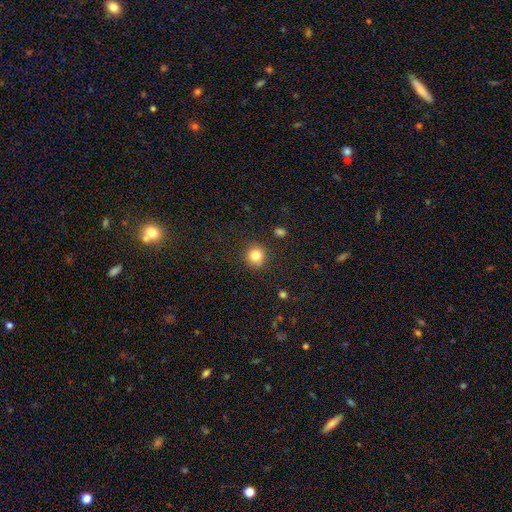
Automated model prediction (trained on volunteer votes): This is clearly a smooth galaxy (83%). How rounded: clearly round (92%). Merging: clearly none (89%).